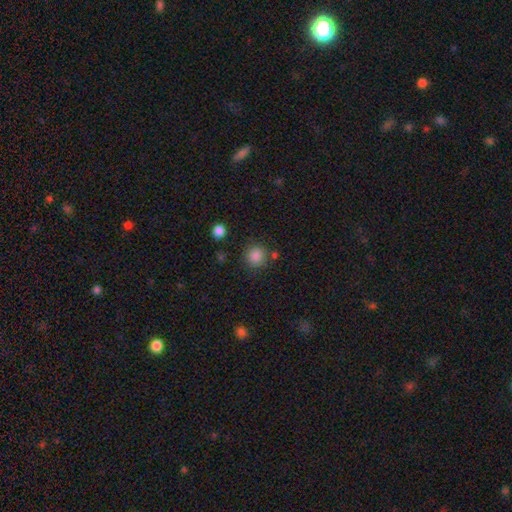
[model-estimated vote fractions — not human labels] Morphology: type=smooth (85%); roundness=round (91%); merging=none (82%).